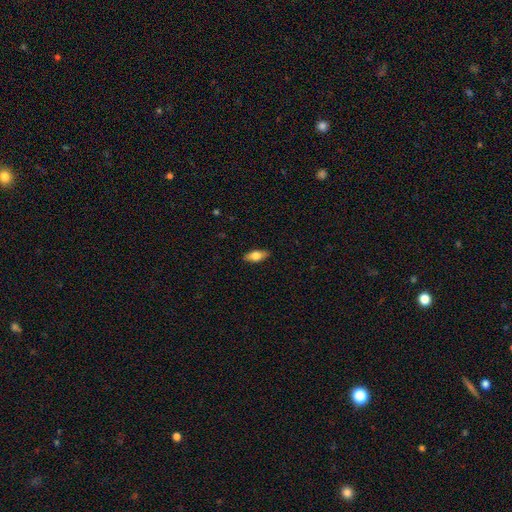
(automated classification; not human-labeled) This is likely a smooth galaxy (72%). How rounded: clearly in between (82%). Merging: clearly none (88%).